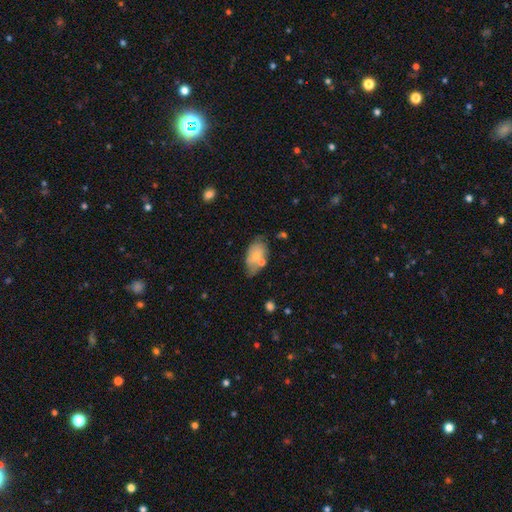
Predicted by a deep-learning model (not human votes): This appears to be a smooth galaxy with no disk features (66%) that is in between round and cigar-shaped (93%). Merging: none (49%).